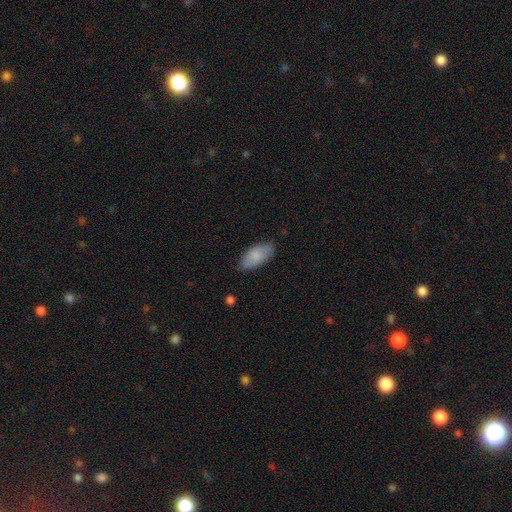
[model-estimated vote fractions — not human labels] The model was most divided on "merging": none: 79%, minor disturbance: 17%, major disturbance: 3%, merger: 1%. More confident: how rounded — in between (91%); smooth or featured — smooth (84%).